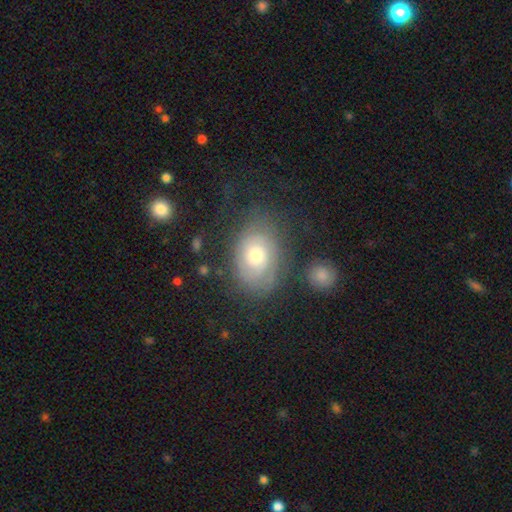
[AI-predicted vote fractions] This is possibly a featured or disk galaxy (55%). It is clearly not viewed edge-on (95%). Bar: clearly no (84%). Spiral arm pattern: likely yes (72%). Central bulge: likely moderate (67%). Merging: likely none (64%).